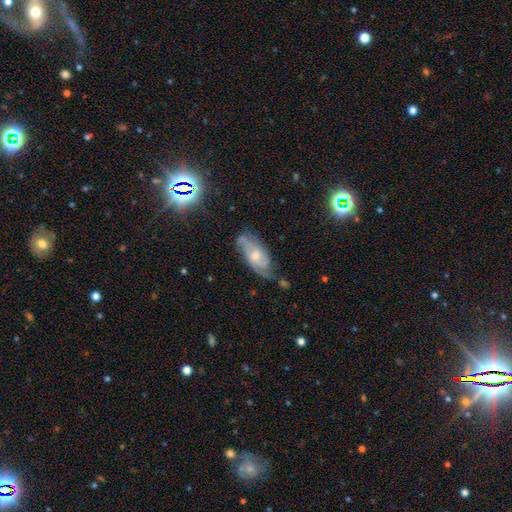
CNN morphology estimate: Smooth or featured: featured or disk — 72% (smooth — 21%)
Edge-on disk: no — 90% (yes — 10%)
Bar: no — 66% (weak — 29%)
Spiral arms: yes — 89% (no — 11%)
Spiral winding: medium — 43% (tight — 40%)
Spiral arm count: 2 — 45% (can't tell — 29%)
Bulge size: moderate — 56% (small — 35%)
Merging: none — 60% (minor disturbance — 28%)